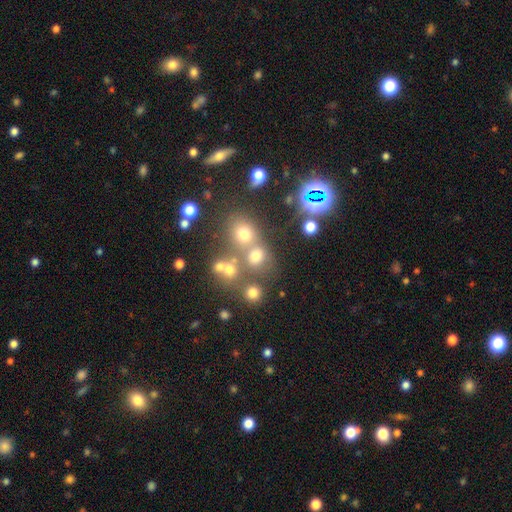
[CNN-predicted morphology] This appears to be a smooth galaxy with no disk features (67%) that is round (75%). Merging: none (52%).